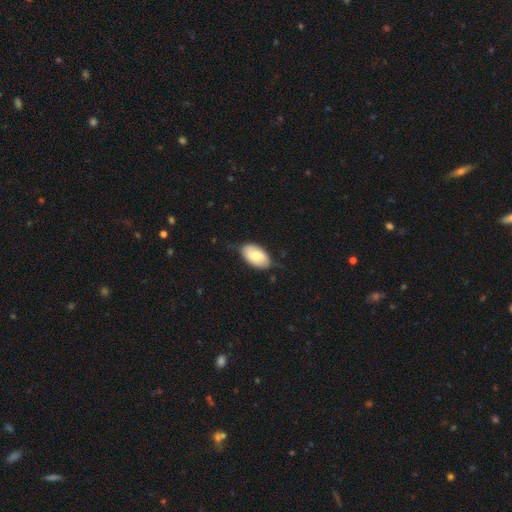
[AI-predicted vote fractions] Q: Smooth or featured?
A: smooth (70%); runner-up: featured or disk (24%)
Q: How rounded?
A: in between (94%); runner-up: round (4%)
Q: Merging?
A: none (69%); runner-up: minor disturbance (25%)